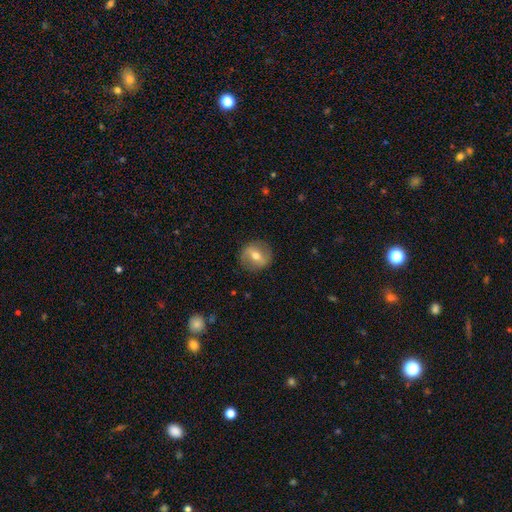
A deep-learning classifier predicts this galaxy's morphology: A featured or disk galaxy (50%). Merging: none (86%).